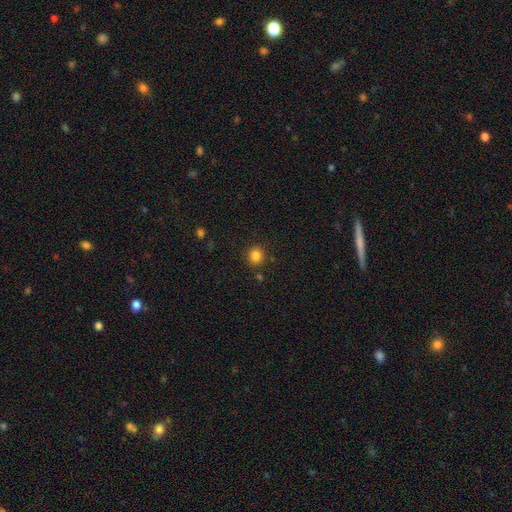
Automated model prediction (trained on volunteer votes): Smooth or featured? Predicted: smooth (p=0.83). How rounded? Predicted: round (p=0.89). Merging? Predicted: none (p=0.88).